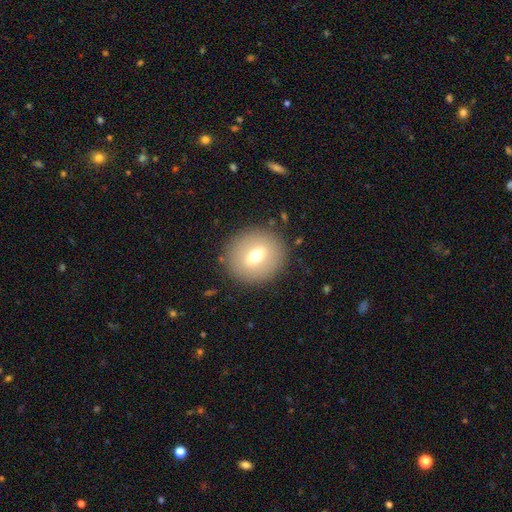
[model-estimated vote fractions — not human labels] This appears to be a smooth galaxy with no disk features (58%) that is round (86%). Merging: none (87%).